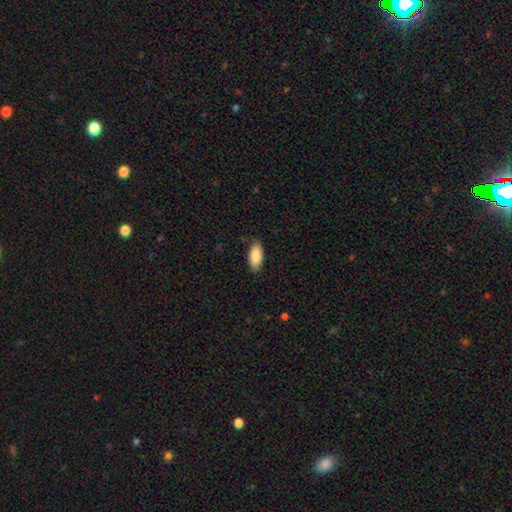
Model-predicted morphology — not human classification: smooth_or_featured: smooth (p=0.88) [alt: featured or disk p=0.06]
how_rounded: in between (p=0.87) [alt: cigar-shaped p=0.11]
merging: none (p=0.85) [alt: minor disturbance p=0.11]